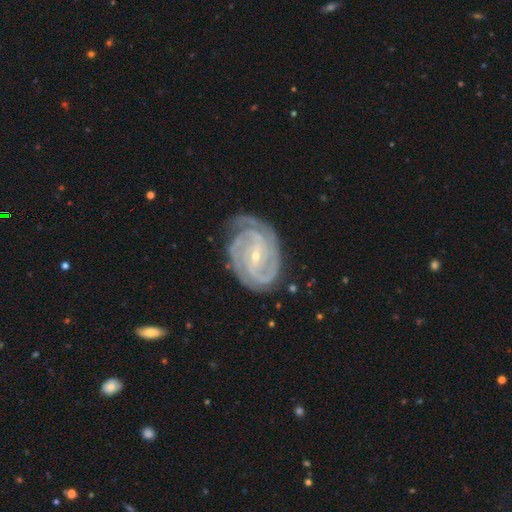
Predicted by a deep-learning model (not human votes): Smooth or featured? Predicted: featured or disk (p=0.92). Edge-on disk? Predicted: no (p=0.97). Bar? Predicted: weak (p=0.40). Spiral arms? Predicted: yes (p=0.98). Spiral winding? Predicted: tight (p=0.71). Spiral arm count? Predicted: 3 (p=0.30). Bulge size? Predicted: small (p=0.79). Merging? Predicted: none (p=0.74).